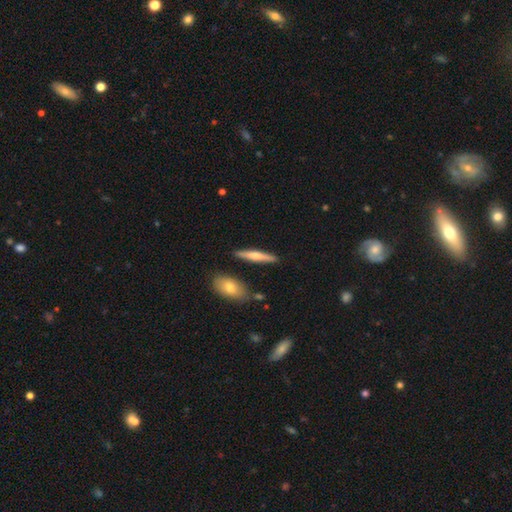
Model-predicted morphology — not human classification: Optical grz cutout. It shows a smooth galaxy with no disk features (53%) that is cigar-shaped (87%). Merging: none (86%).